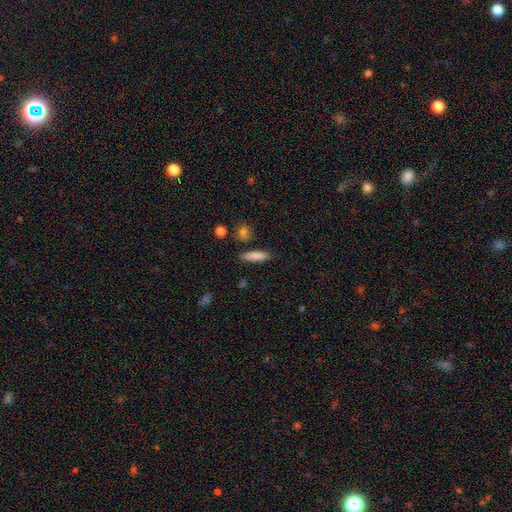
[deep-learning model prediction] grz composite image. It shows a smooth galaxy with no disk features (84%) that is cigar-shaped (64%). Merging: none (83%).